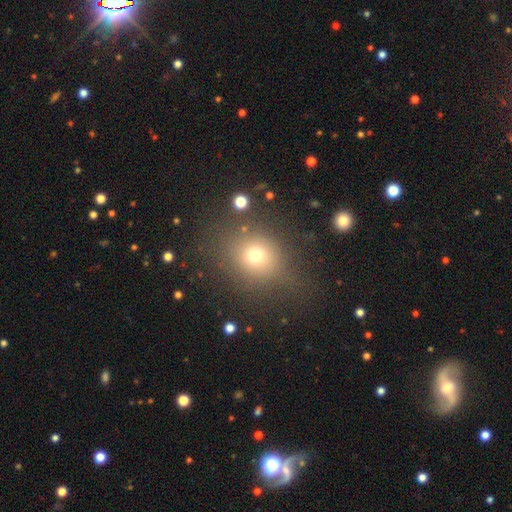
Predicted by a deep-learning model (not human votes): Morphology: type=smooth (69%); roundness=round (72%); merging=none (71%).